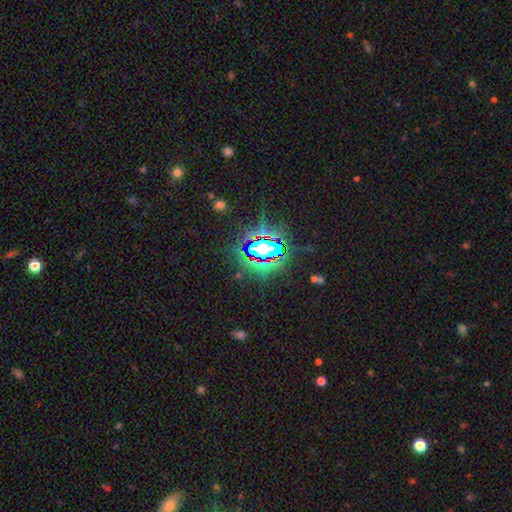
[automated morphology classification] A star or artifact, not a galaxy (82%).

Vote fractions:
- Smooth or featured? star or artifact: 82% / smooth: 10% / featured or disk: 8%